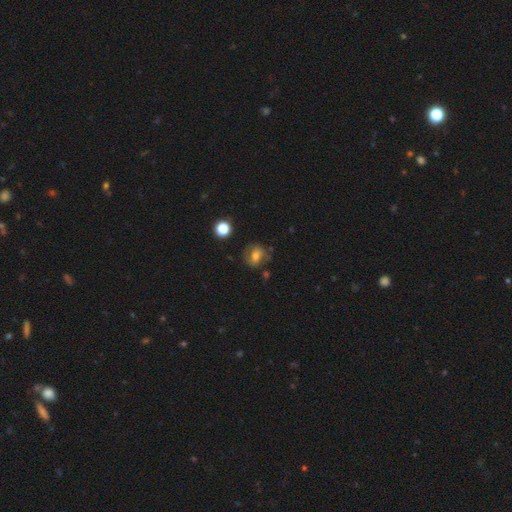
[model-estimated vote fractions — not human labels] Morphology: type=smooth (57%); roundness=round (54%); merging=none (67%).